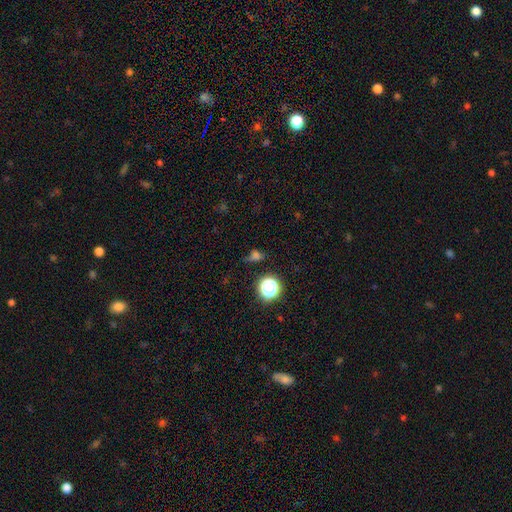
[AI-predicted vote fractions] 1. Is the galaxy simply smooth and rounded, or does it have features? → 58% smooth, 32% star or artifact, 10% featured or disk.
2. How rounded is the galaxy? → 56% round, 39% in between, 5% cigar-shaped.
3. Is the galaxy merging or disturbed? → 58% none, 23% minor disturbance, 13% major disturbance, 6% merger.